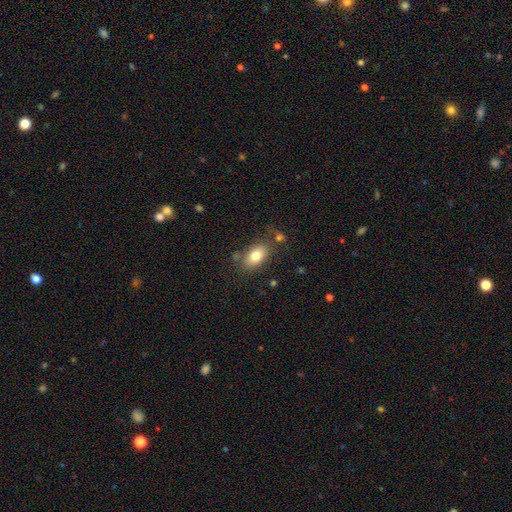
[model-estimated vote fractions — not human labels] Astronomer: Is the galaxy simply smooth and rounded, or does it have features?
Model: smooth — 79%.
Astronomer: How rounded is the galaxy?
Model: in between — 88%.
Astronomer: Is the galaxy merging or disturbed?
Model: none — 75%.